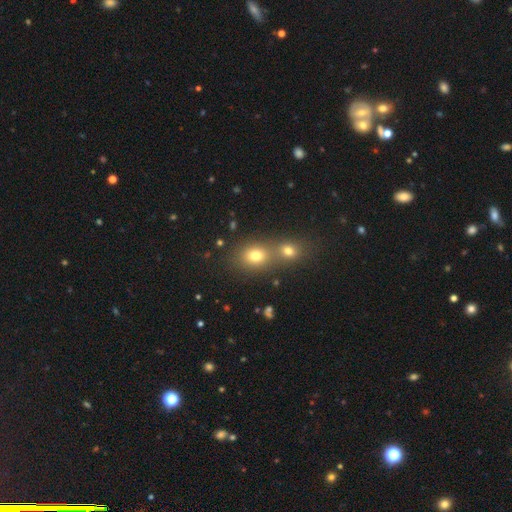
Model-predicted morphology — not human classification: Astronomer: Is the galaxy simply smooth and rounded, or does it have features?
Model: smooth — 74%.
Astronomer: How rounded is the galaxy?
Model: round — 53% (runner-up: in between, 46%).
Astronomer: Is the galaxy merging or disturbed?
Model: merger — 47% (runner-up: none, 43%).